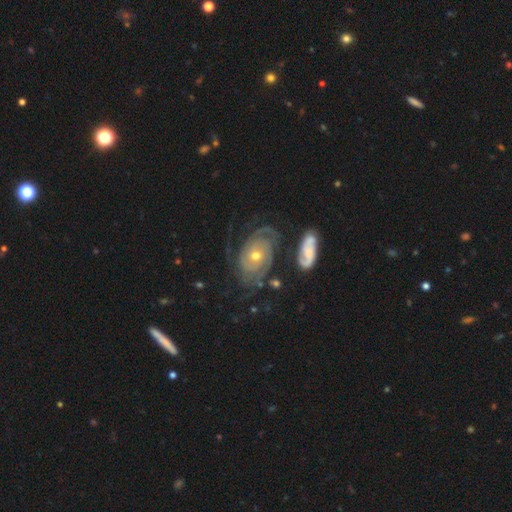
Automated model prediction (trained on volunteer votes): smooth-or-featured: featured or disk: 86% | smooth: 8% | star or artifact: 6%
  disk-edge-on: no: 96% | yes: 4%
    bar: no: 79% | weak: 16% | strong: 5%
    has-spiral-arms: yes: 94% | no: 6%
      spiral-winding: tight: 71% | medium: 22% | loose: 7%
      spiral-arm-count: can't tell: 32% | 2: 30% | 3: 18% | 4: 8% | 1: 6% | more than 4: 5%
    bulge-size: moderate: 54% | small: 42% | large: 2% | none: 1% | dominant: 1%
  merging: none: 58% | minor disturbance: 21% | major disturbance: 15% | merger: 6%